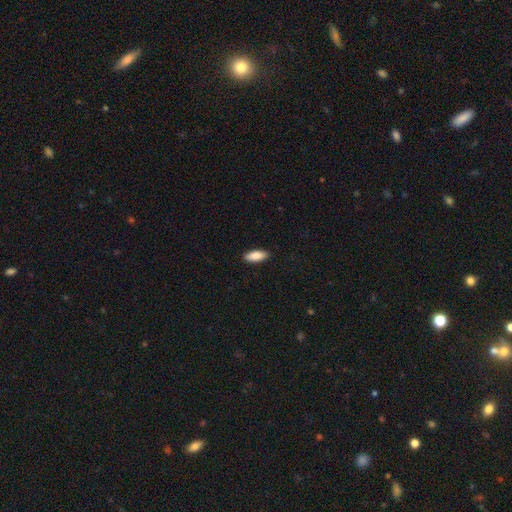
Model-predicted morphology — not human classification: A smooth galaxy with no disk features (89%) that is in between round and cigar-shaped (77%). Merging: none (90%).